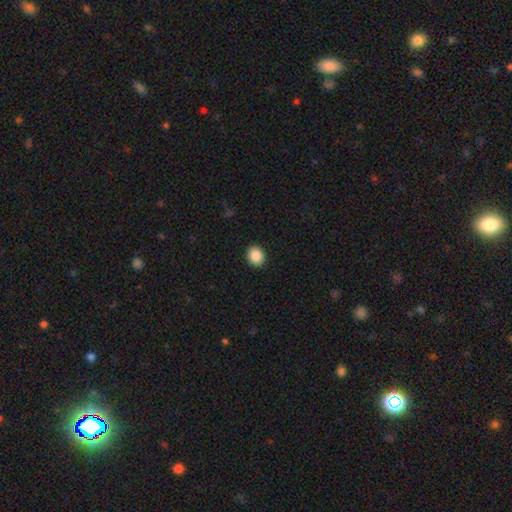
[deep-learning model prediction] Smooth or featured? smooth (88%)
How rounded? round (73%)
Merging? none (92%)